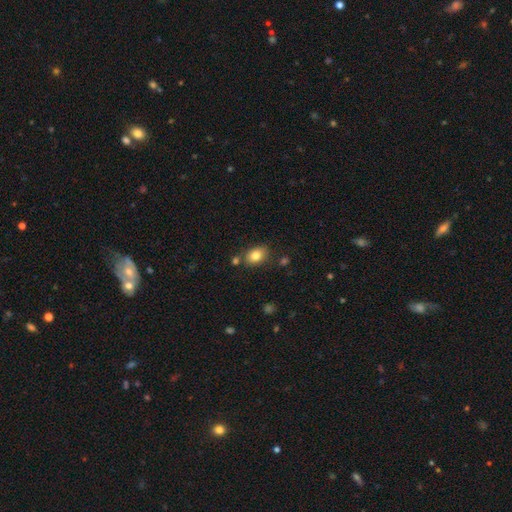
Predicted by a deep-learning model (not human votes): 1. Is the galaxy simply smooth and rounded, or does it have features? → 82% smooth, 9% featured or disk, 9% star or artifact.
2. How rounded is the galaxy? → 76% in between, 23% round, 1% cigar-shaped.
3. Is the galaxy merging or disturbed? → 75% none, 14% minor disturbance, 8% merger, 3% major disturbance.